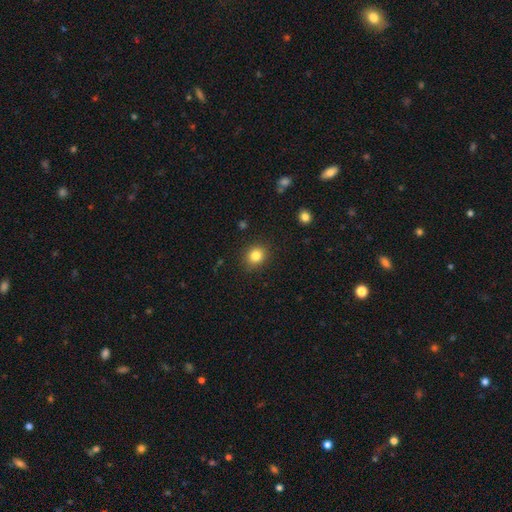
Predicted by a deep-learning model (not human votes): Overall: smooth (82%). How rounded: round (77%). Merging: none (88%).